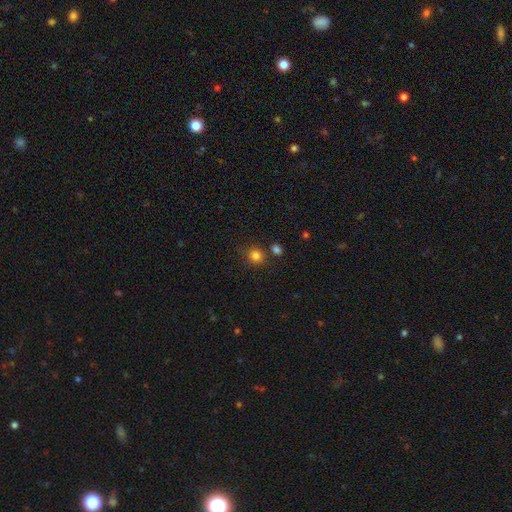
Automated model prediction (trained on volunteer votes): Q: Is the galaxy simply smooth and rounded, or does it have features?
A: smooth — 82%.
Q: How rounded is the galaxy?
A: round — 86%.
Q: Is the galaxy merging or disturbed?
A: none — 77%.